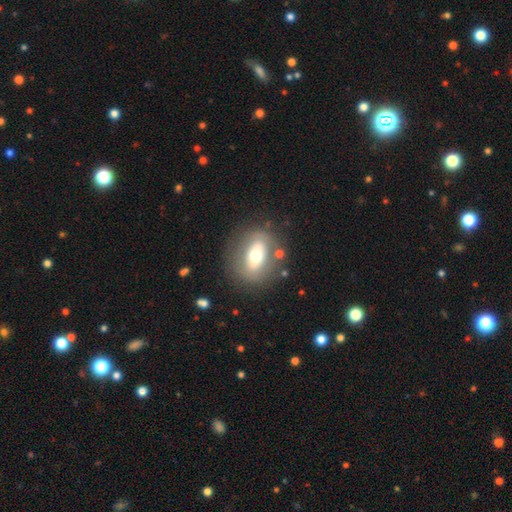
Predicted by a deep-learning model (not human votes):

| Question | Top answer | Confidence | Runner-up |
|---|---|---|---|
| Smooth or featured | smooth | 49% | featured or disk (43%) |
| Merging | none | 75% | minor disturbance (13%) |